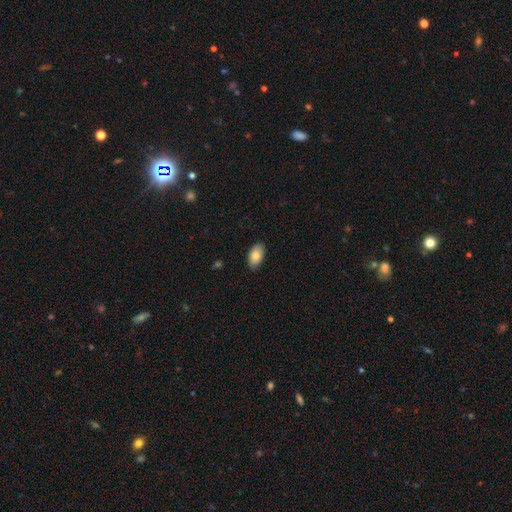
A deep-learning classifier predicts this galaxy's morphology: smooth 80%, featured or disk 13%, star or artifact 7%. Down the decision tree: how rounded — in between (94%); merging — none (86%).